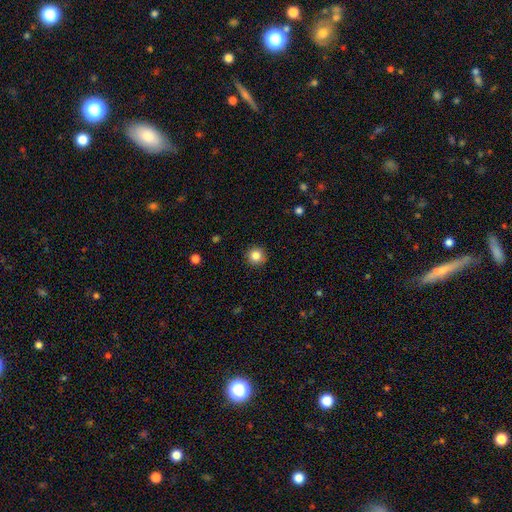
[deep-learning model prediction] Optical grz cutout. It shows a smooth galaxy with no disk features (84%) that is round (95%). Merging: none (91%).